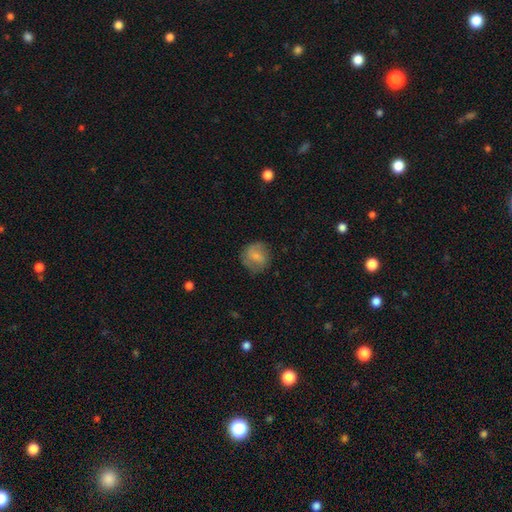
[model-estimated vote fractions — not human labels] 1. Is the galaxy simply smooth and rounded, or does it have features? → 71% smooth, 21% featured or disk, 8% star or artifact.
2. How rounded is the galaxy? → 82% round, 17% in between, 1% cigar-shaped.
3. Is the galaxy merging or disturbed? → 74% none, 18% minor disturbance, 6% major disturbance, 1% merger.